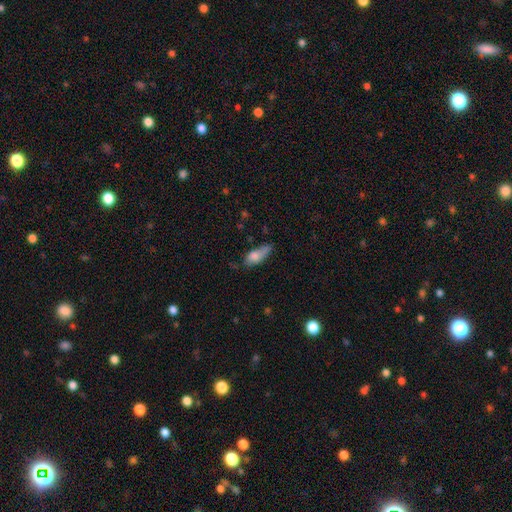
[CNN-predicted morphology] Smooth or featured? smooth (74%)
How rounded? in between (72%)
Merging? none (44%)